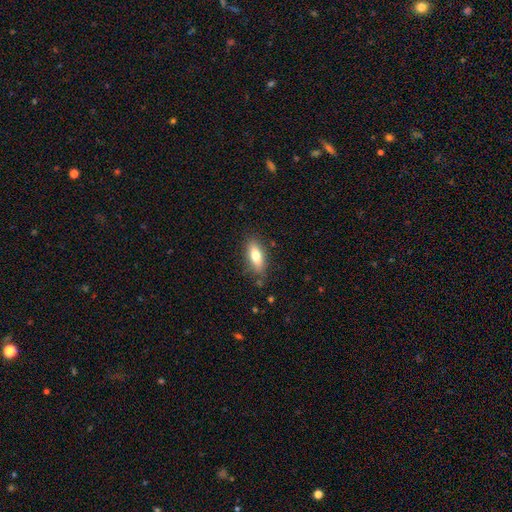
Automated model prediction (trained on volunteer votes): This appears to be a smooth galaxy with no disk features (74%) that is in between round and cigar-shaped (75%). Merging: none (82%).